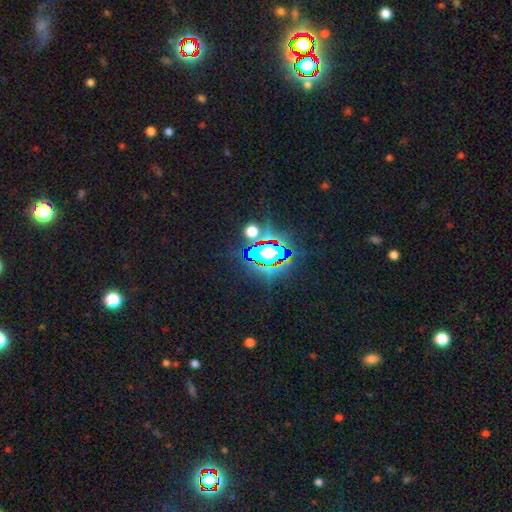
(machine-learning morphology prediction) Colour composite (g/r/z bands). It shows a star or artifact, not a galaxy (77%).